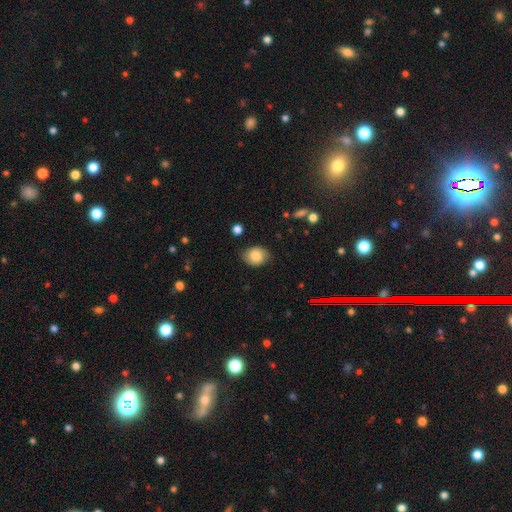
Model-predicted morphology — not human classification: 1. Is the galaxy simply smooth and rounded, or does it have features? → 78% smooth, 15% featured or disk, 8% star or artifact.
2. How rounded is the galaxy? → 59% in between, 40% round, 1% cigar-shaped.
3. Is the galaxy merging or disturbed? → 78% none, 17% minor disturbance, 4% major disturbance, 1% merger.